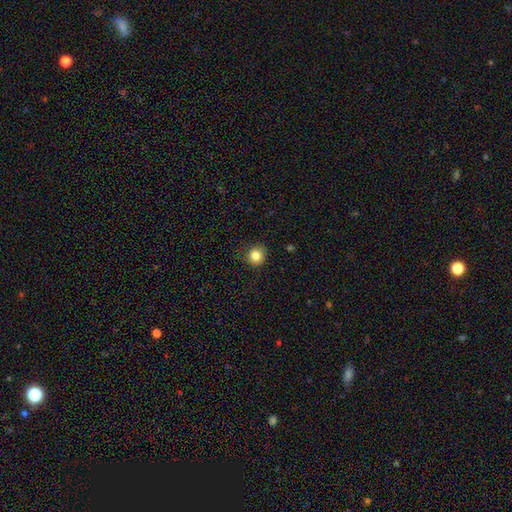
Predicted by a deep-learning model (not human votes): smooth_or_featured: smooth (p=0.83) [alt: star or artifact p=0.11]
how_rounded: round (p=0.91) [alt: in between p=0.08]
merging: none (p=0.84) [alt: minor disturbance p=0.12]